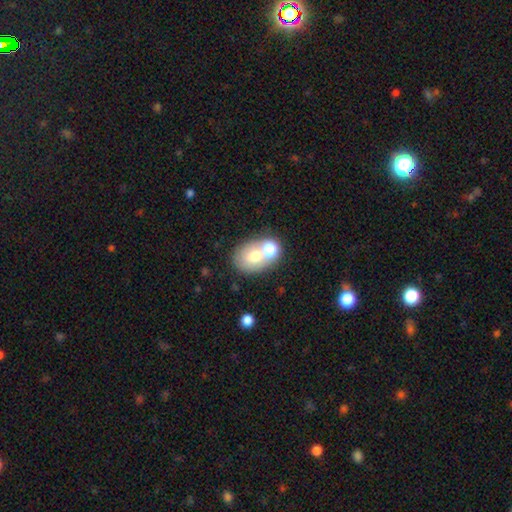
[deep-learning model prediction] The model was most divided on "merging": merger: 47%, none: 37%, minor disturbance: 11%, major disturbance: 5%. More confident: smooth or featured — smooth (66%); how rounded — in between (66%).